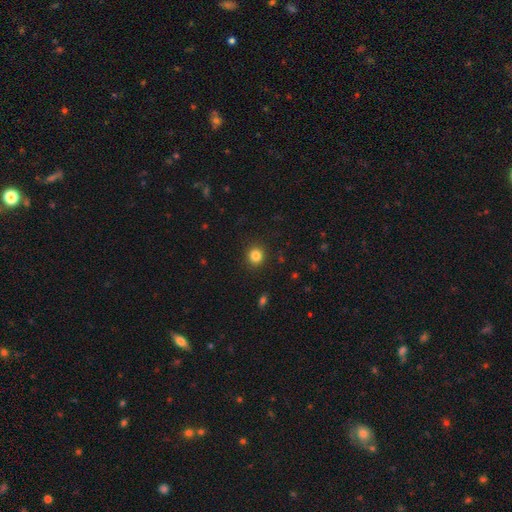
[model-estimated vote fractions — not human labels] Smooth or featured? smooth (84%)
How rounded? round (90%)
Merging? none (91%)